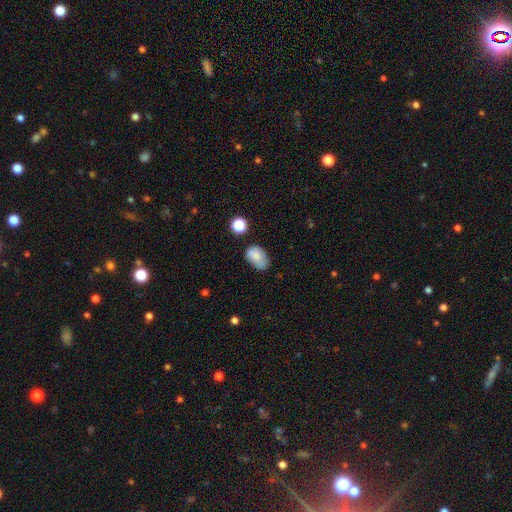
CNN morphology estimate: This is likely a smooth galaxy (76%). How rounded: clearly in between (86%). Merging: possibly none (56%).